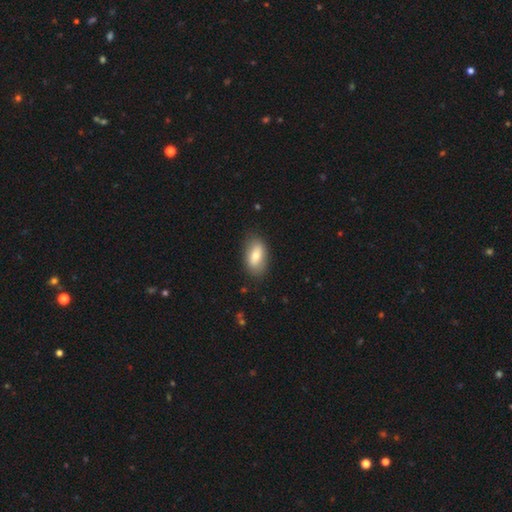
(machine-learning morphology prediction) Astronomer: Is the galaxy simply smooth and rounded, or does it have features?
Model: smooth — 69%.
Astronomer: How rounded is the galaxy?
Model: in between — 90%.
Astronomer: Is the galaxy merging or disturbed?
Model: none — 82%.